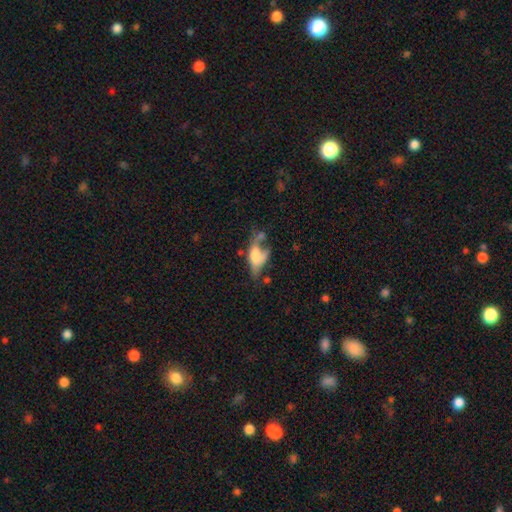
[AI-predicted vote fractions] smooth 50%, featured or disk 40%, star or artifact 10%. Down the decision tree: how rounded — in between (71%); merging — major disturbance (31%).